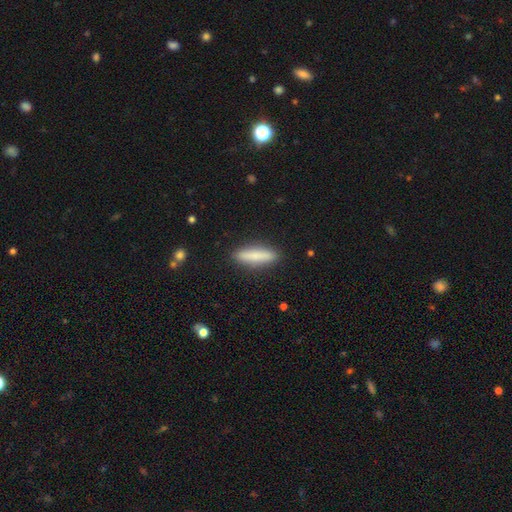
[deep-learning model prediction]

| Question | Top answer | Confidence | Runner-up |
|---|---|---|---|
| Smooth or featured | smooth | 78% | featured or disk (16%) |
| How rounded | cigar-shaped | 82% | in between (16%) |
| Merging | none | 90% | minor disturbance (7%) |